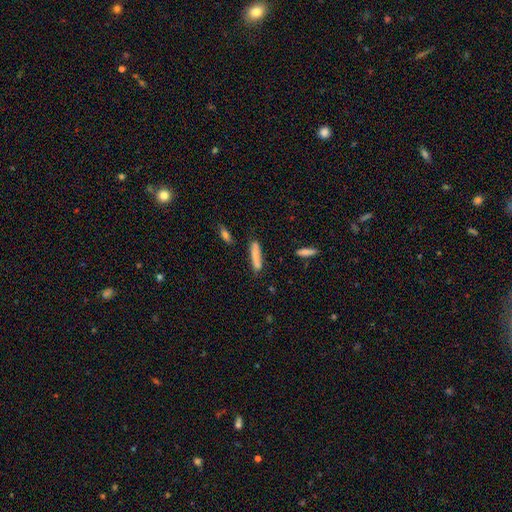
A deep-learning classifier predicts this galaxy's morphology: This appears to be a smooth galaxy with no disk features (79%) that is cigar-shaped (84%). Merging: none (76%).